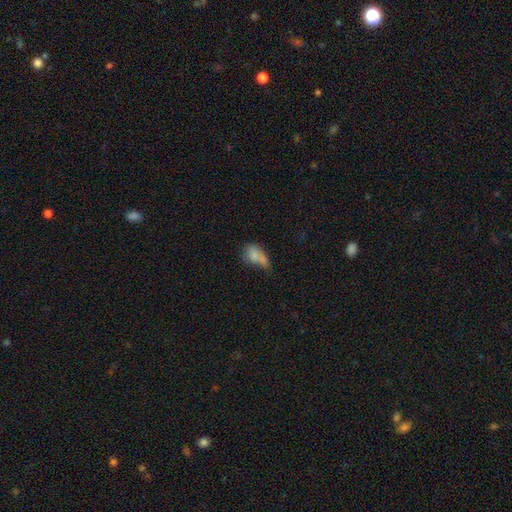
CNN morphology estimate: smooth_or_featured: smooth (p=0.74) [alt: featured or disk p=0.16]
how_rounded: in between (p=0.80) [alt: round p=0.16]
merging: merger (p=0.34) [alt: none p=0.26]